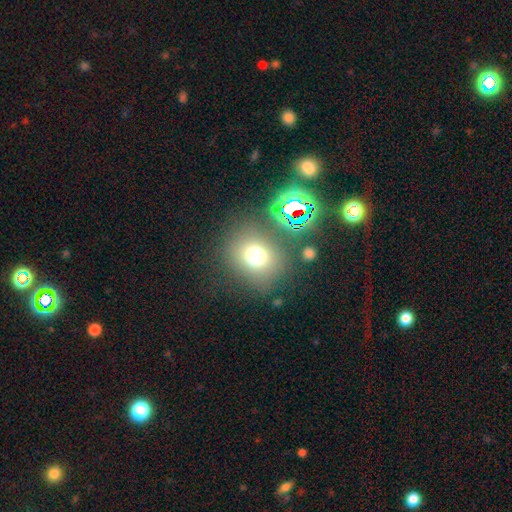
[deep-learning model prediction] Smooth or featured?
  - smooth: 69% *
  - star or artifact: 21%
  - featured or disk: 10%
How rounded?
  - round: 77% *
  - in between: 22%
  - cigar-shaped: 1%
Merging?
  - none: 78% *
  - minor disturbance: 10%
  - merger: 6%
  - major disturbance: 6%